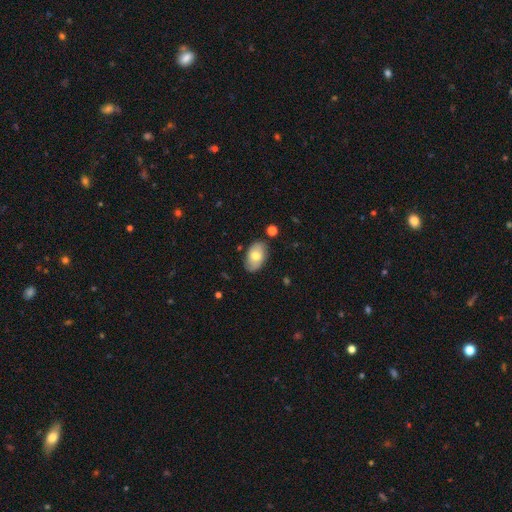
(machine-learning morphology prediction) Overall: smooth (65%; featured or disk 28%). How rounded: in between (91%). Merging: none (79%).